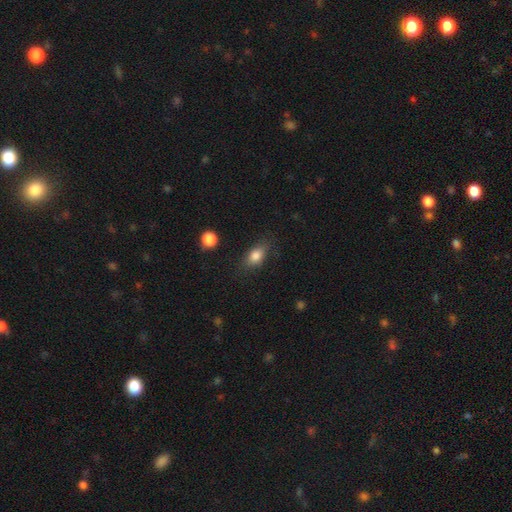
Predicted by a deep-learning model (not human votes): Smooth or featured?
  - smooth: 81% *
  - featured or disk: 10%
  - star or artifact: 9%
How rounded?
  - in between: 77% *
  - round: 15%
  - cigar-shaped: 8%
Merging?
  - none: 76% *
  - minor disturbance: 18%
  - major disturbance: 5%
  - merger: 2%